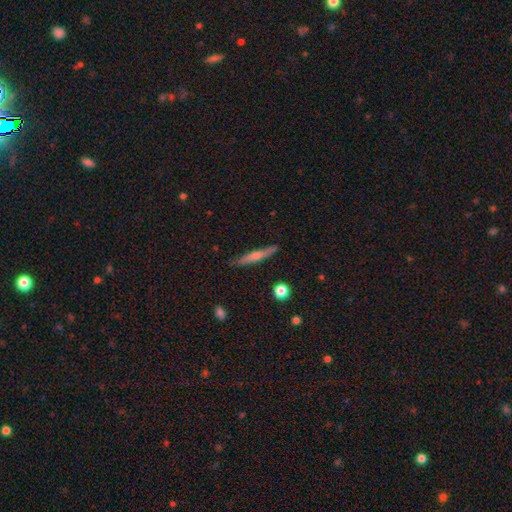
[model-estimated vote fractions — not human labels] Morphology: type=featured or disk (52%); edge-on=yes (95%); merging=none (86%).